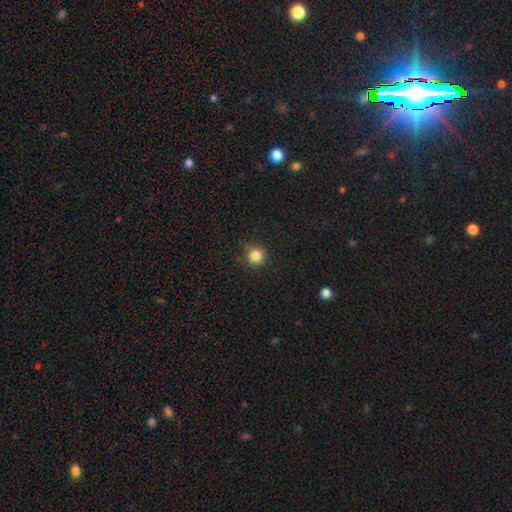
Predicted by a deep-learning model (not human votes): Smooth or featured? Predicted: smooth (p=0.84). How rounded? Predicted: round (p=0.93). Merging? Predicted: none (p=0.87).